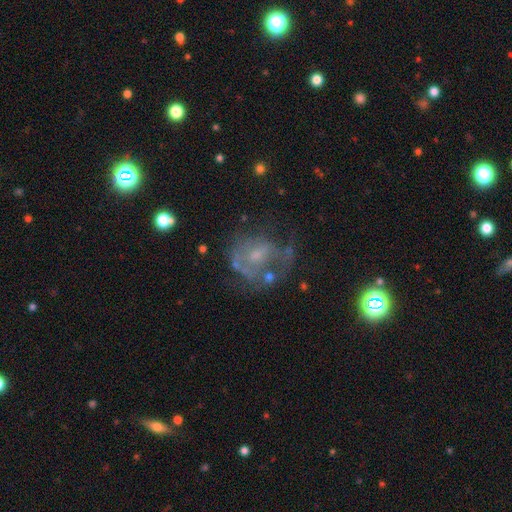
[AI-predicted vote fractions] The model was most divided on "spiral arms": no: 53%, yes: 47%. Remaining: edge-on disk — no (98%); bar — no (66%); smooth or featured — featured or disk (62%); bulge size — small (47%); merging — none (41%).